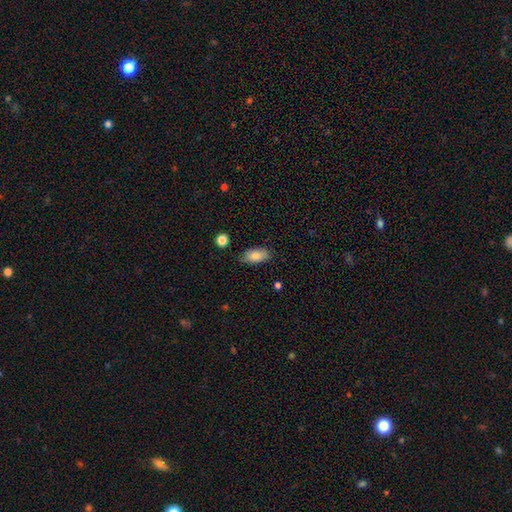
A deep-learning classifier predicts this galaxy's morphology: Overall: smooth (85%). How rounded: in between (92%). Merging: none (80%).